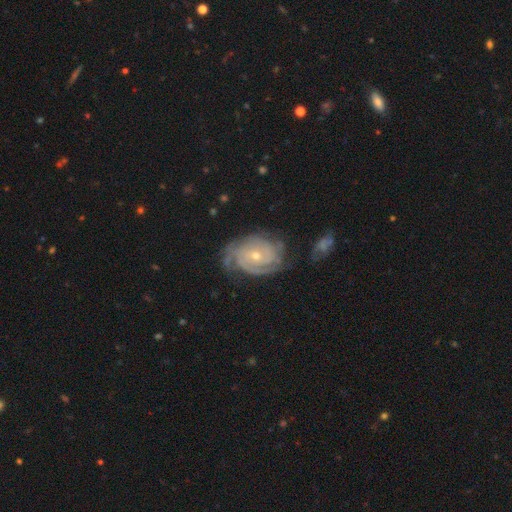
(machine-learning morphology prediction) smooth-or-featured: featured or disk: 87% | smooth: 8% | star or artifact: 5%
  disk-edge-on: no: 97% | yes: 3%
    bar: no: 69% | weak: 25% | strong: 6%
    has-spiral-arms: yes: 96% | no: 4%
      spiral-winding: tight: 72% | medium: 23% | loose: 5%
      spiral-arm-count: can't tell: 27% | 3: 26% | 2: 24% | 4: 11% | 1: 5% | more than 4: 5%
    bulge-size: small: 59% | moderate: 38% | large: 1% | none: 1% | dominant: 1%
  merging: none: 64% | minor disturbance: 23% | major disturbance: 10% | merger: 3%